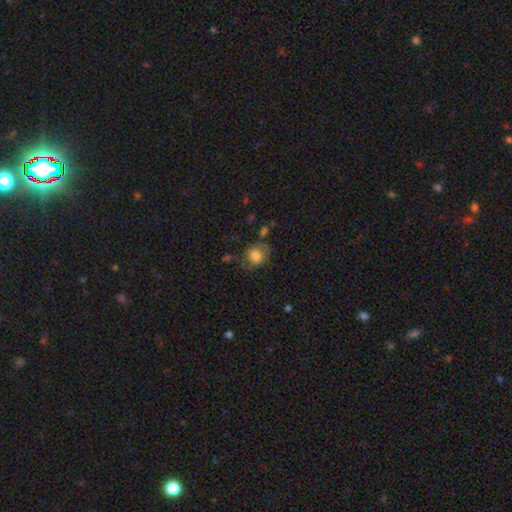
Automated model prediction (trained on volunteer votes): Smooth or featured? smooth (74%)
How rounded? round (54%)
Merging? none (55%)